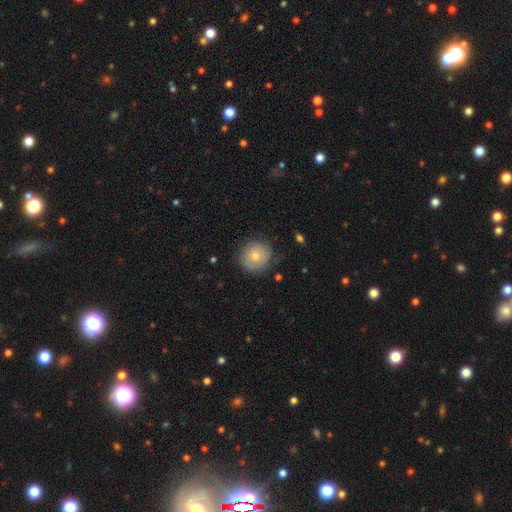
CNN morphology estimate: Overall: smooth (66%). How rounded: round (90%). Merging: none (78%).